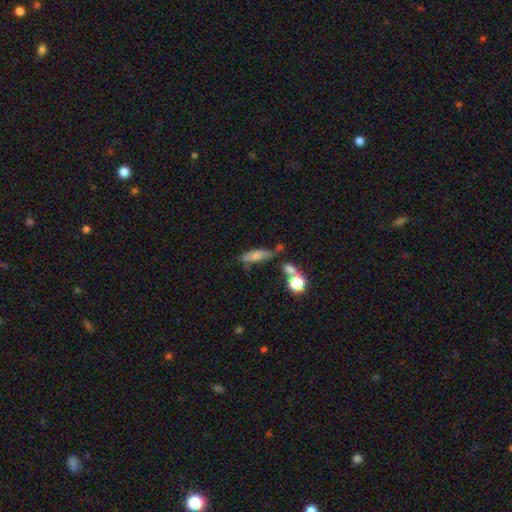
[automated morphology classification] type=smooth (71%); roundness=in between (50%); merging=none (54%).